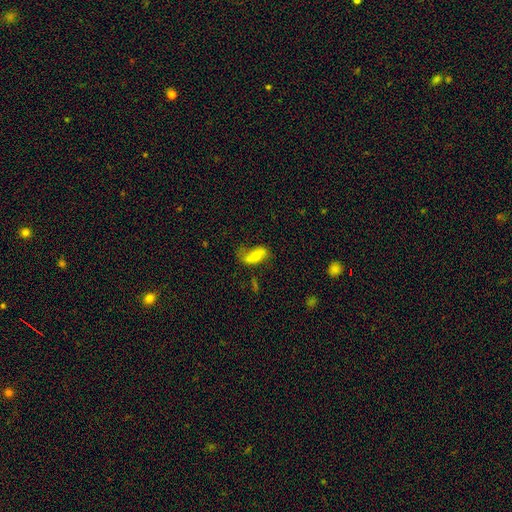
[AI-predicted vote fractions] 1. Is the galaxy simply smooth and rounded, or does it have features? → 52% smooth, 40% featured or disk, 9% star or artifact.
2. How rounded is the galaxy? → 84% in between, 9% cigar-shaped, 6% round.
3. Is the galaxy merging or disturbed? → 51% none, 28% minor disturbance, 15% major disturbance, 5% merger.